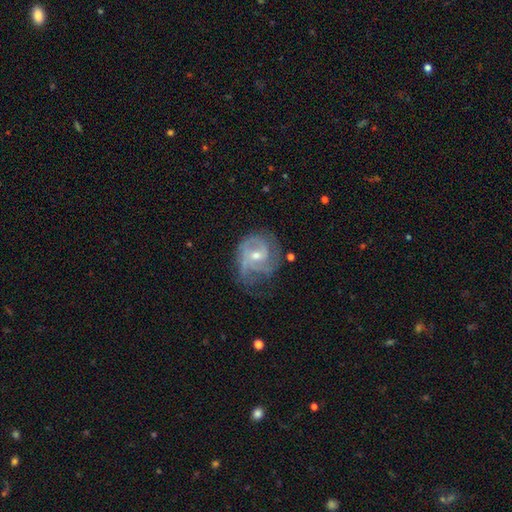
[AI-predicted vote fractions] Overall: featured or disk (83%). Edge-on disk: no (98%). Bar: no (46%; weak 44%). Spiral arms: yes (93%). Spiral arm count: 2 (41%; can't tell 25%). Spiral winding: tight (46%; medium 41%). Bulge size: moderate (52%; small 44%). Merging: none (53%; minor disturbance 27%).